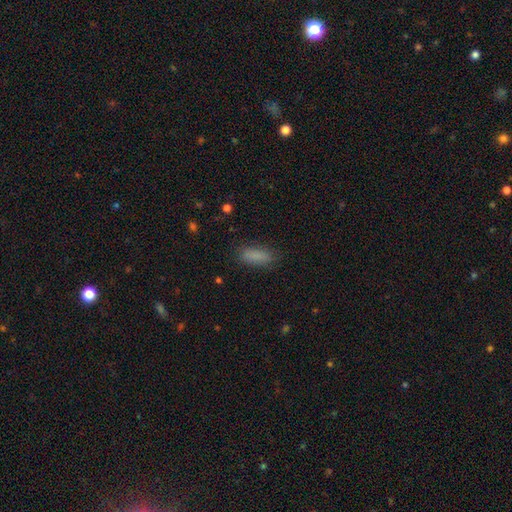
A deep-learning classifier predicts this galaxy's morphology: This appears to be a smooth galaxy with no disk features (86%) that is in between round and cigar-shaped (65%). Merging: none (83%).